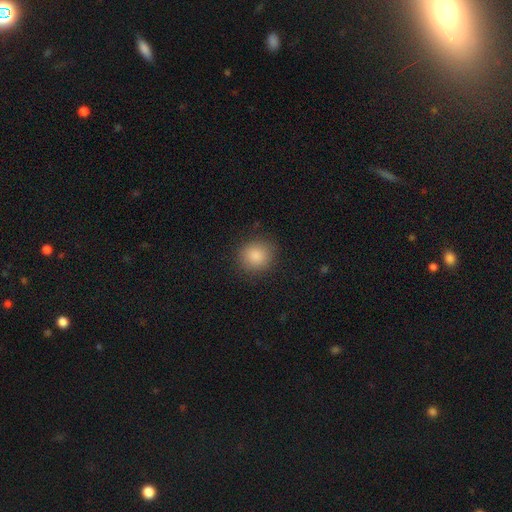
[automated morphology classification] A smooth galaxy with no disk features (87%) that is round (87%). Merging: none (87%).